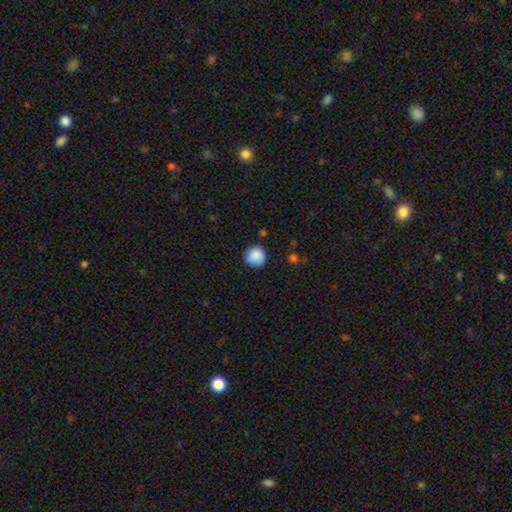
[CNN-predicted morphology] Smooth or featured: smooth — 88% (star or artifact — 9%)
How rounded: round — 94% (in between — 5%)
Merging: none — 84% (minor disturbance — 11%)